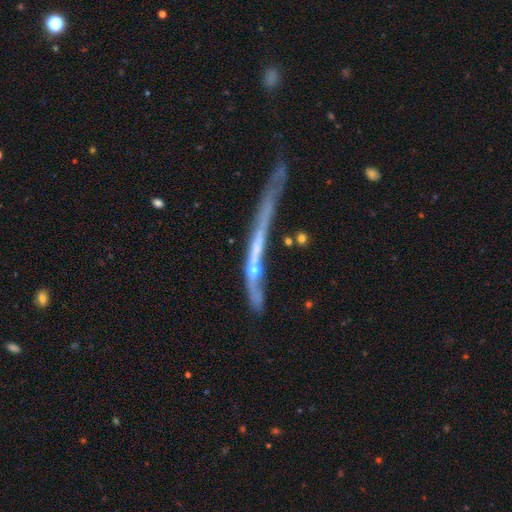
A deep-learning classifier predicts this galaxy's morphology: The model was most divided on "merging": none: 43%, minor disturbance: 22%, major disturbance: 20%, merger: 16%. More confident: edge-on disk — yes (85%); edge-on bulge — none (77%); smooth or featured — featured or disk (62%).